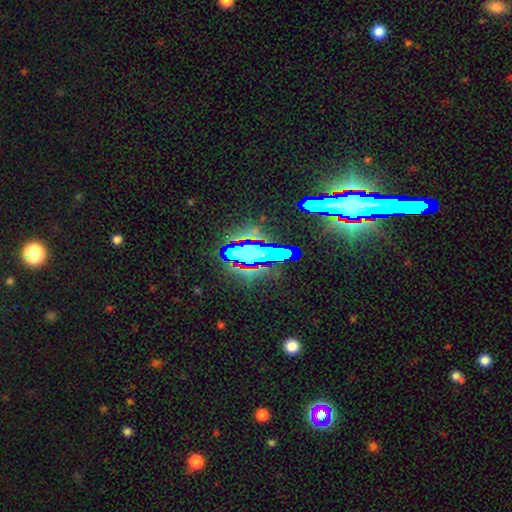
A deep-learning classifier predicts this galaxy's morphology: smooth_or_featured: star or artifact (p=0.58) [alt: smooth p=0.23]